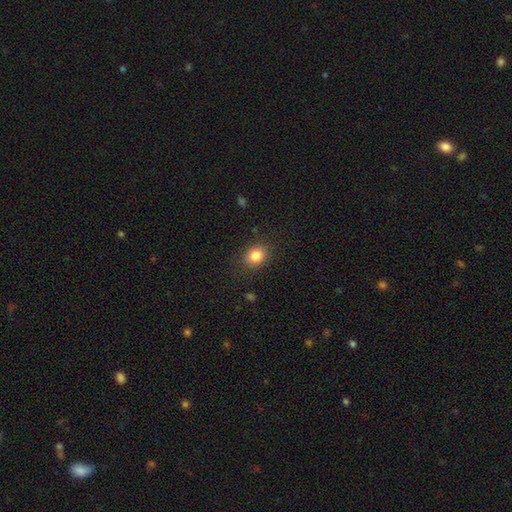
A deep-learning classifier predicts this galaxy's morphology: smooth 84%, star or artifact 10%, featured or disk 6%. Down the decision tree: how rounded — round (52%); merging — none (83%).